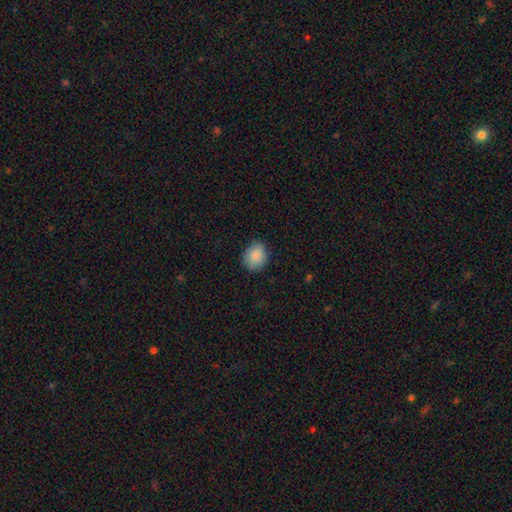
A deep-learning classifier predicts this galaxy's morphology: Smooth or featured? Predicted: smooth (p=0.87). How rounded? Predicted: round (p=0.64). Merging? Predicted: none (p=0.81).